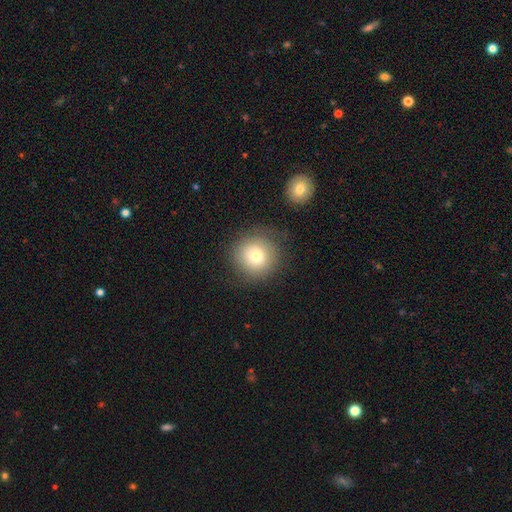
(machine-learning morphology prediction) smooth_or_featured: smooth (p=0.75) [alt: featured or disk p=0.14]
how_rounded: round (p=0.93) [alt: in between p=0.06]
merging: none (p=0.81) [alt: minor disturbance p=0.11]